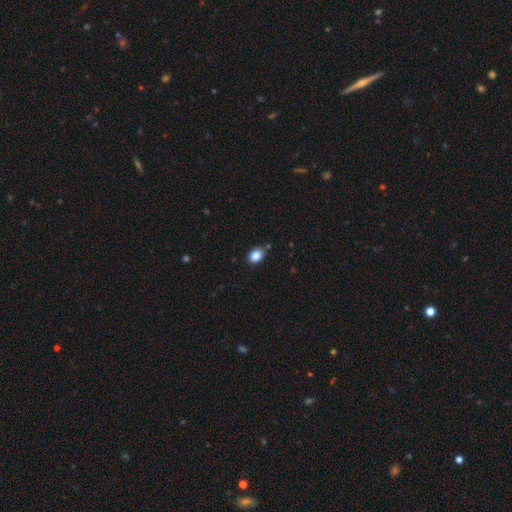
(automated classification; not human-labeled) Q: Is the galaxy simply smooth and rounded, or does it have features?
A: smooth — 87%.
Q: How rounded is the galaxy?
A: in between — 75%.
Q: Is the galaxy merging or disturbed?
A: none — 84%.